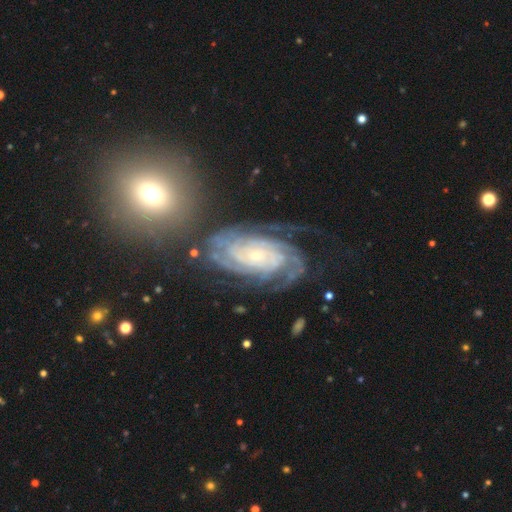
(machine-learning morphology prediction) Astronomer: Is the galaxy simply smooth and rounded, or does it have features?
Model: featured or disk — 90%.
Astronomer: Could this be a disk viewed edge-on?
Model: no — 96%.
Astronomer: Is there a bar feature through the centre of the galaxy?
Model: no — 72%.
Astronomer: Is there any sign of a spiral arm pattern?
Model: yes — 98%.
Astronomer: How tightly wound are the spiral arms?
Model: tight — 77%.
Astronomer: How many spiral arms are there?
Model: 4 — 24% (runner-up: can't tell, 21%).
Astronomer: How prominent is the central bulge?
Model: small — 80%.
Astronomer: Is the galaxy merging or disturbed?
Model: none — 66%.